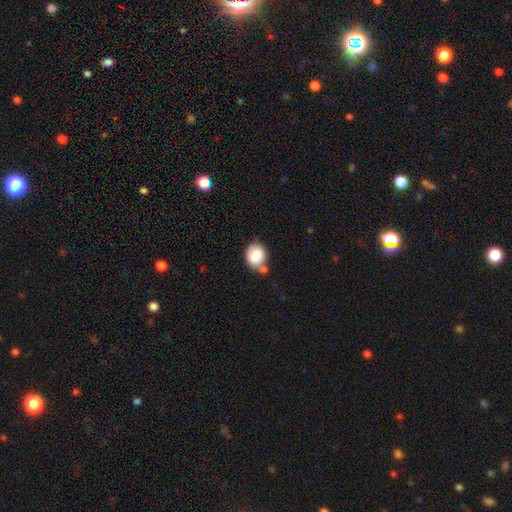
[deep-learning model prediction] Smooth or featured? smooth (85%)
How rounded? round (53%)
Merging? none (54%)